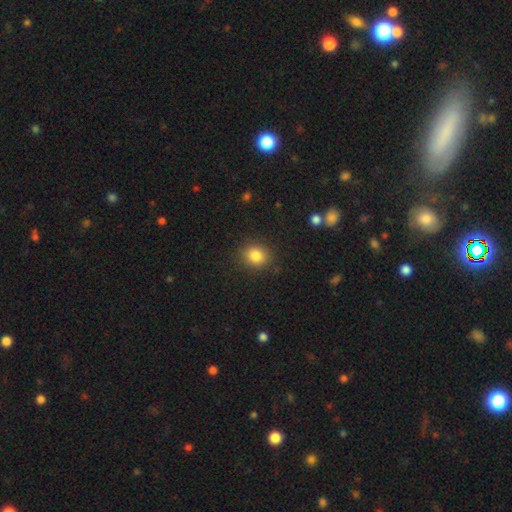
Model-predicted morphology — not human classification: This is clearly a smooth galaxy (84%). How rounded: likely round (71%). Merging: clearly none (87%).